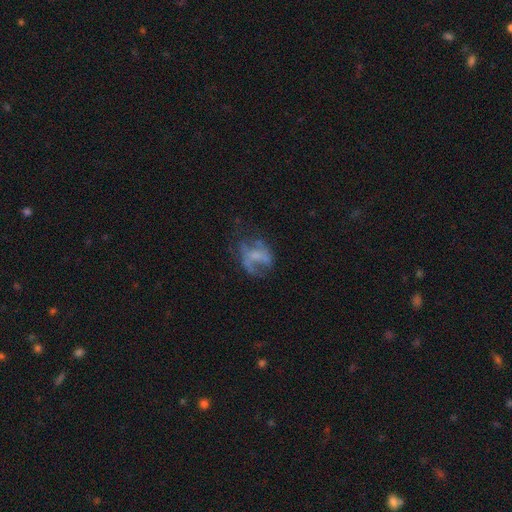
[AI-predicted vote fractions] Q: Smooth or featured?
A: featured or disk (60%); runner-up: smooth (29%)
Q: Edge-on disk?
A: no (97%); runner-up: yes (3%)
Q: Bar?
A: no (64%); runner-up: weak (28%)
Q: Spiral arms?
A: no (53%); runner-up: yes (47%)
Q: Bulge size?
A: none (44%); runner-up: small (31%)
Q: Merging?
A: none (38%); runner-up: major disturbance (37%)